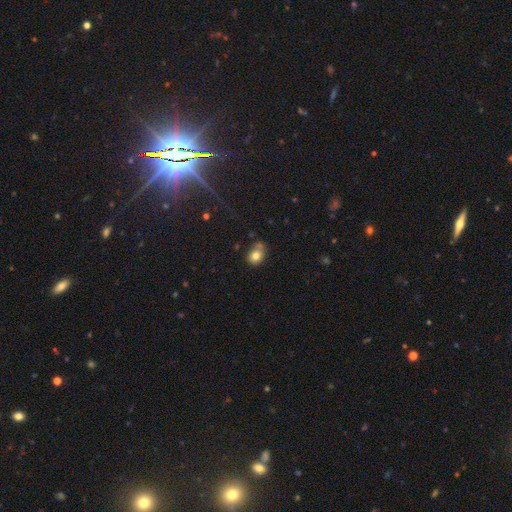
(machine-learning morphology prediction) Smooth or featured: smooth — 79% (star or artifact — 11%)
How rounded: round — 53% (in between — 46%)
Merging: none — 54% (minor disturbance — 22%)